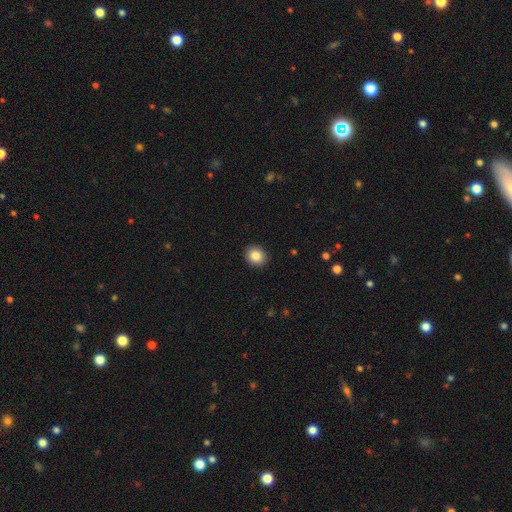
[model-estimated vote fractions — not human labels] This is clearly a smooth galaxy (85%). How rounded: likely round (72%). Merging: clearly none (92%).